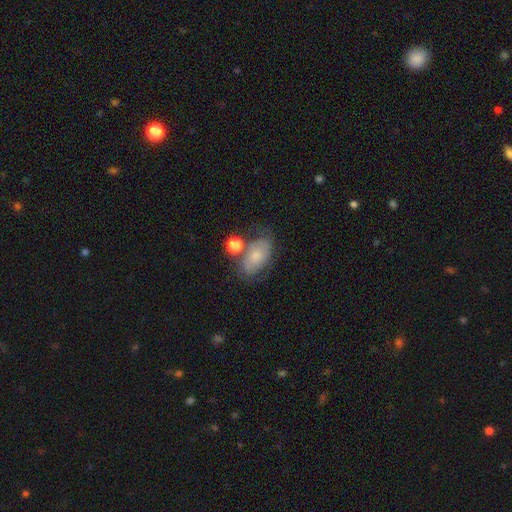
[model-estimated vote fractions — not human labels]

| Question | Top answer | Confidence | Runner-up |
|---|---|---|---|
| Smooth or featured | smooth | 54% | featured or disk (36%) |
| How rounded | in between | 84% | round (14%) |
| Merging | none | 50% | minor disturbance (23%) |